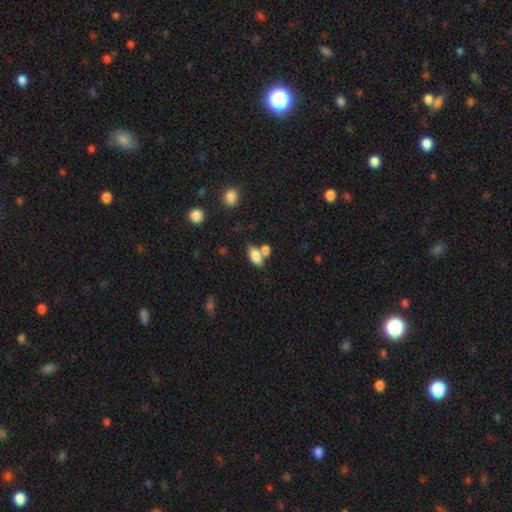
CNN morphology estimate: A smooth galaxy with no disk features (81%) that is in between round and cigar-shaped (87%). Merging: none (48%).